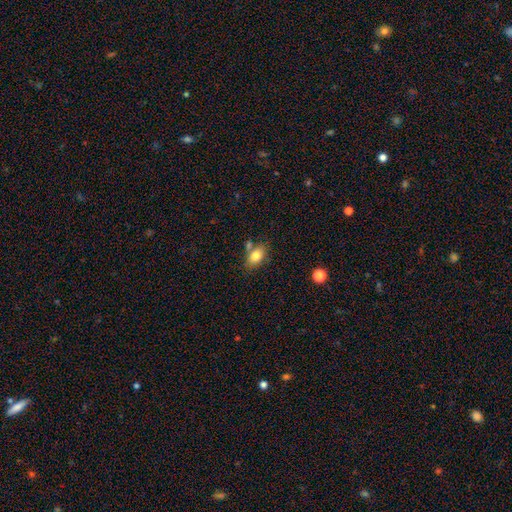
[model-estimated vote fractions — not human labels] This is likely a smooth galaxy (79%). How rounded: clearly in between (86%). Merging: likely none (64%).